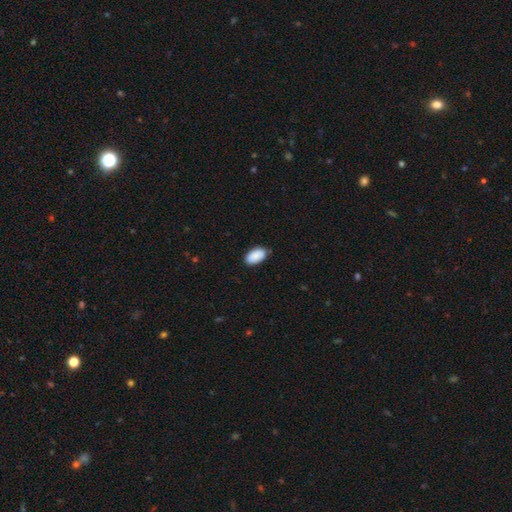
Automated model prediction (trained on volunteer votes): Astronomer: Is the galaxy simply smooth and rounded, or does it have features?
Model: smooth — 90%.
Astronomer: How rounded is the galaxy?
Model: in between — 95%.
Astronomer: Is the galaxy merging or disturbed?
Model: none — 83%.